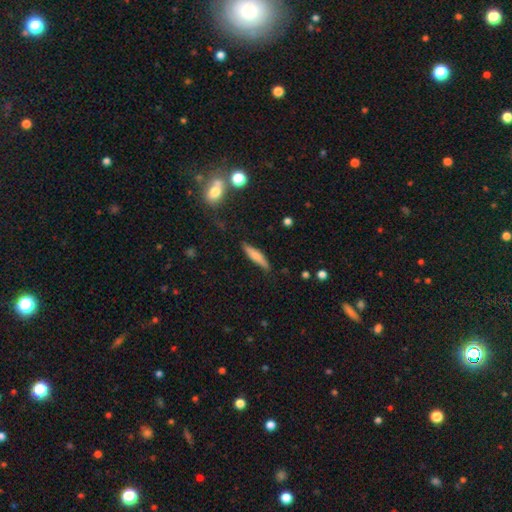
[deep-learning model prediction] Morphology: type=smooth (69%); roundness=cigar-shaped (79%); merging=none (82%).